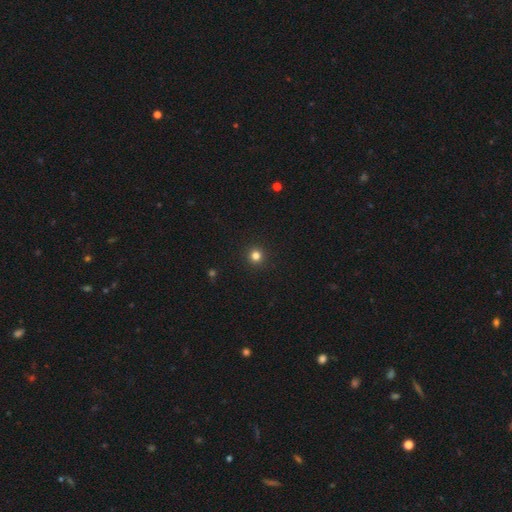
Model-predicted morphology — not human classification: Smooth or featured? smooth (82%)
How rounded? round (95%)
Merging? none (93%)